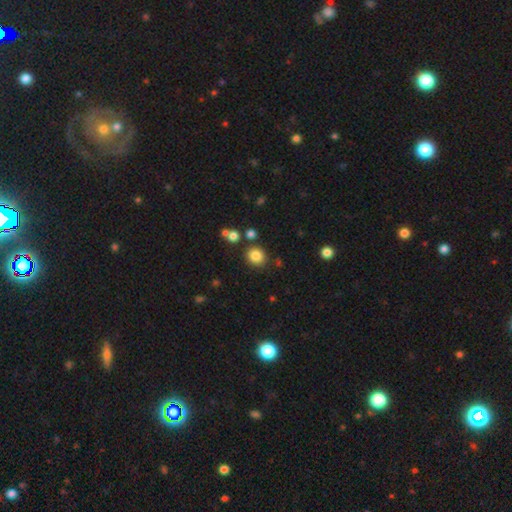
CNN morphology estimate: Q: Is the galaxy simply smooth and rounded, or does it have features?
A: smooth — 83%.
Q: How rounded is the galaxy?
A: round — 83%.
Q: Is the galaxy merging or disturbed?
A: none — 81%.